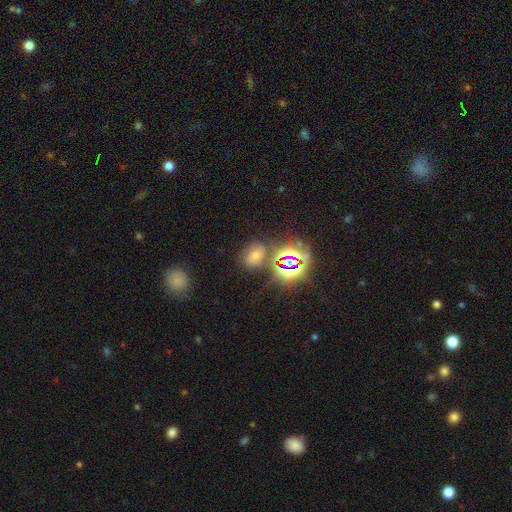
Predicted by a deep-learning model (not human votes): The model was most divided on "smooth or featured": star or artifact: 43%, smooth: 40%, featured or disk: 17%.